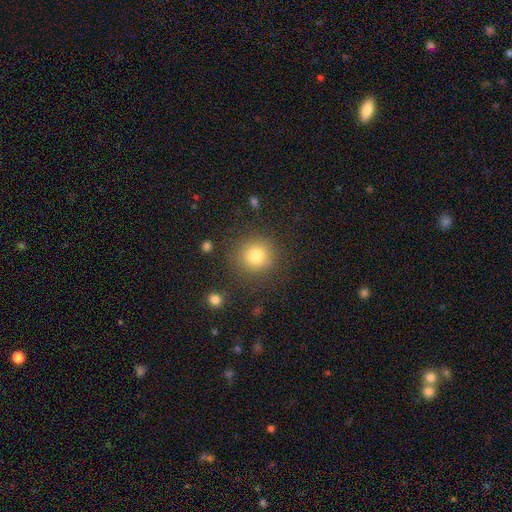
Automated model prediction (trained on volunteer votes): Smooth or featured?
  - smooth: 80% *
  - star or artifact: 12%
  - featured or disk: 8%
How rounded?
  - round: 92% *
  - in between: 7%
  - cigar-shaped: 1%
Merging?
  - none: 86% *
  - minor disturbance: 8%
  - major disturbance: 4%
  - merger: 2%